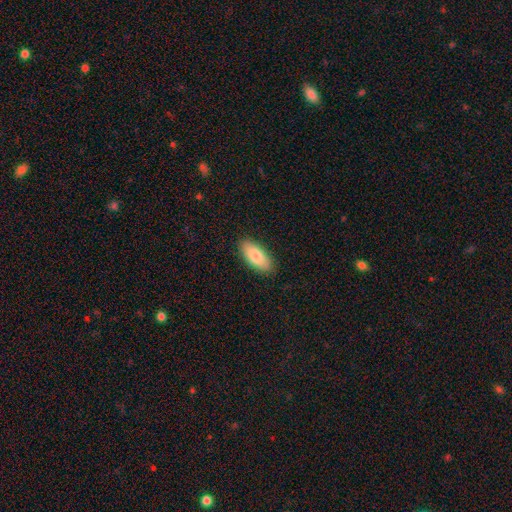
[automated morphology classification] Smooth or featured?
  - smooth: 82% *
  - featured or disk: 12%
  - star or artifact: 6%
How rounded?
  - in between: 88% *
  - cigar-shaped: 10%
  - round: 2%
Merging?
  - none: 89% *
  - minor disturbance: 8%
  - major disturbance: 2%
  - merger: 1%